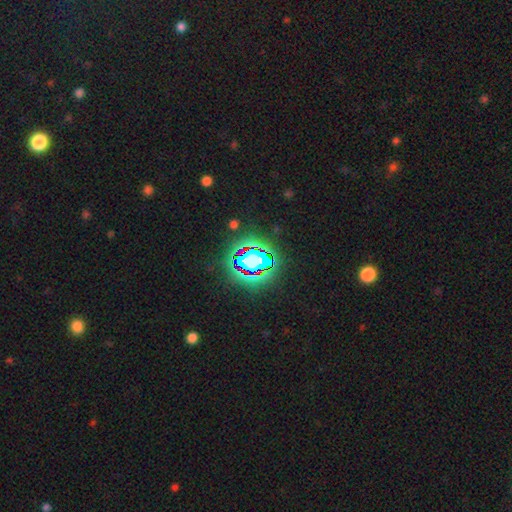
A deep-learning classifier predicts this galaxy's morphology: Smooth or featured?
  - star or artifact: 74% *
  - smooth: 16%
  - featured or disk: 11%